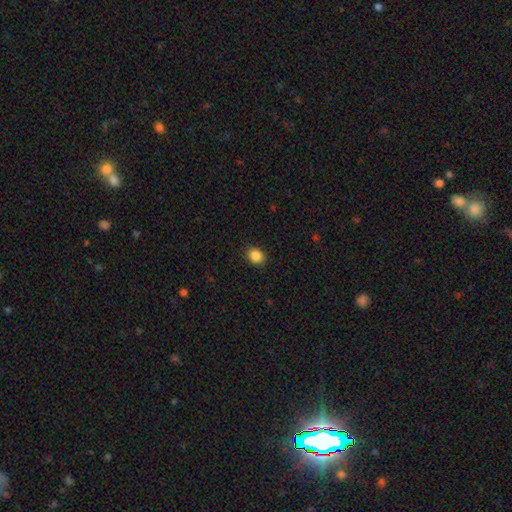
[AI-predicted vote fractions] Overall: smooth (87%). How rounded: round (58%; in between 41%). Merging: none (90%).